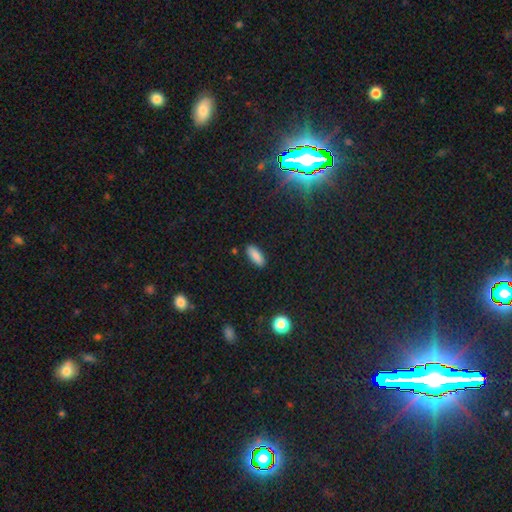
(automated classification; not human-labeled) Q: Smooth or featured?
A: smooth (86%); runner-up: star or artifact (8%)
Q: How rounded?
A: in between (75%); runner-up: cigar-shaped (22%)
Q: Merging?
A: none (88%); runner-up: minor disturbance (9%)